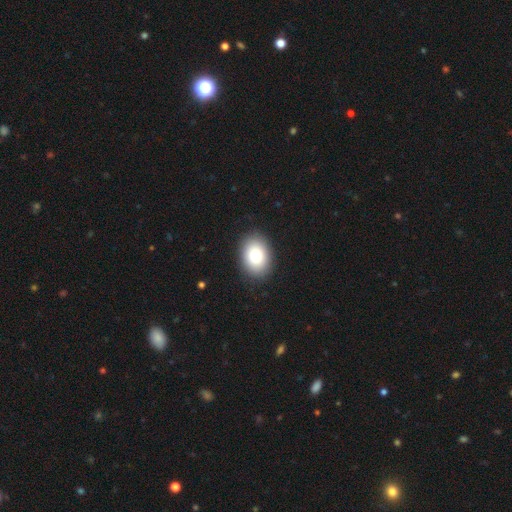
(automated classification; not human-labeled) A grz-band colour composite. It shows a smooth galaxy with no disk features (81%) that is in between round and cigar-shaped (75%). Merging: none (89%).